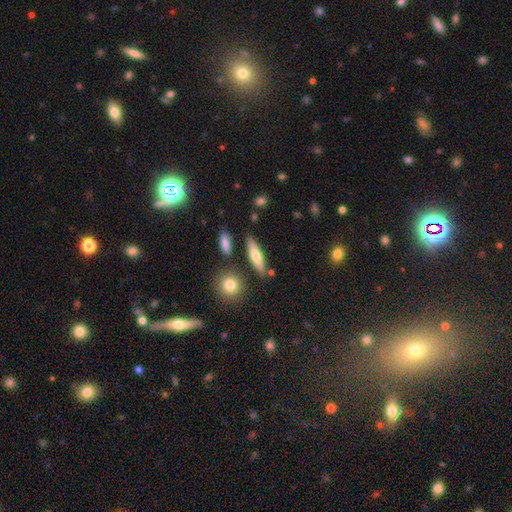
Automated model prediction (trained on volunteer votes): smooth 64%, featured or disk 28%, star or artifact 8%. Down the decision tree: how rounded — cigar-shaped (61%); merging — none (80%).